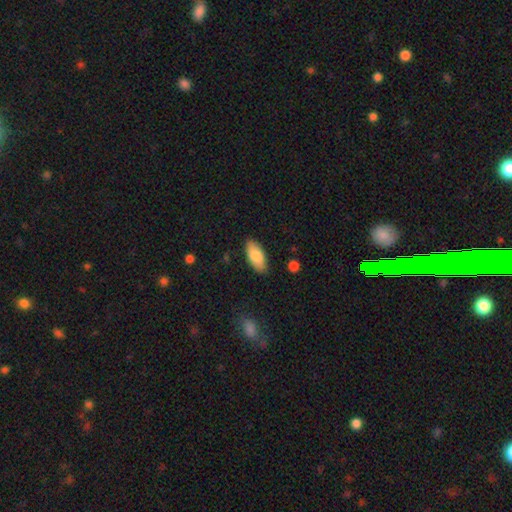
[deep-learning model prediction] This appears to be a smooth galaxy with no disk features (82%) that is in between round and cigar-shaped (88%). Merging: none (86%).